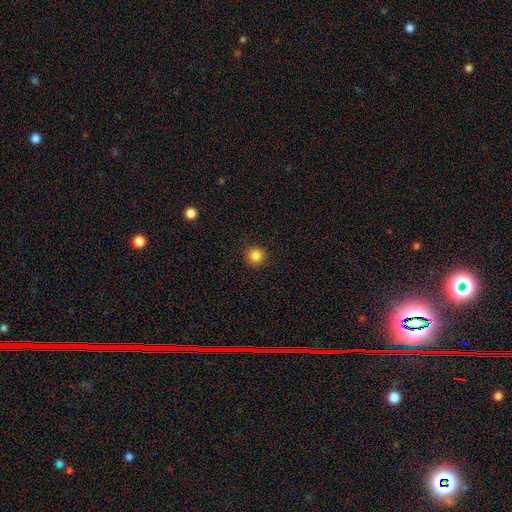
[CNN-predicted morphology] Smooth or featured?
  - smooth: 85% *
  - star or artifact: 11%
  - featured or disk: 4%
How rounded?
  - round: 94% *
  - in between: 5%
  - cigar-shaped: 1%
Merging?
  - none: 91% *
  - minor disturbance: 6%
  - major disturbance: 2%
  - merger: 1%